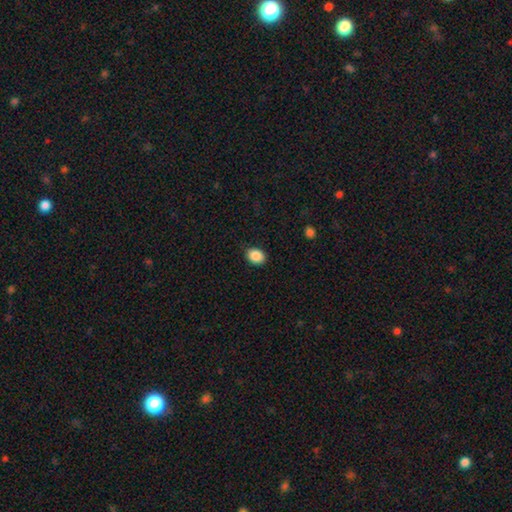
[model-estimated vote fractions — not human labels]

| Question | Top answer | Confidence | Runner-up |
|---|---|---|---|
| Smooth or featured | smooth | 88% | star or artifact (8%) |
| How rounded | in between | 66% | round (33%) |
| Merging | none | 86% | minor disturbance (11%) |